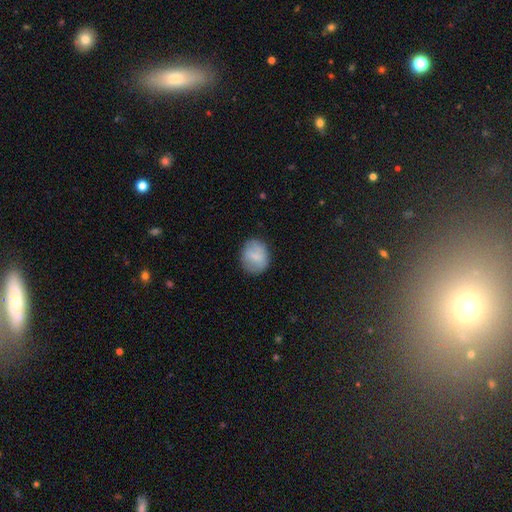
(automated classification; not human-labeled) Overall: smooth (75%). How rounded: round (68%; in between 31%). Merging: none (78%).